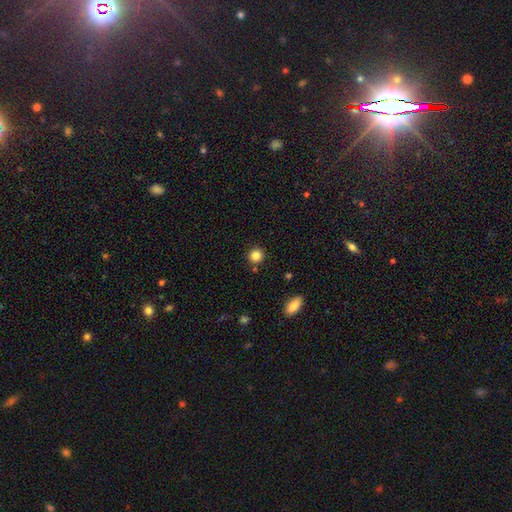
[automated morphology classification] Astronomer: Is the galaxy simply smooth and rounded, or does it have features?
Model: smooth — 85%.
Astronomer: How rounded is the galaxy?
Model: round — 92%.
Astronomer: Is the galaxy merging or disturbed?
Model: none — 87%.